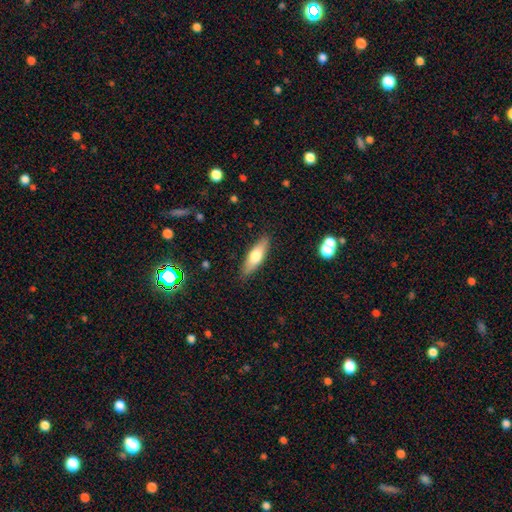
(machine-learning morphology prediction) The model was most divided on "how rounded" (2-way tie): in between: 49%, cigar-shaped: 49%, round: 2%. More confident: merging — none (87%); smooth or featured — smooth (65%).